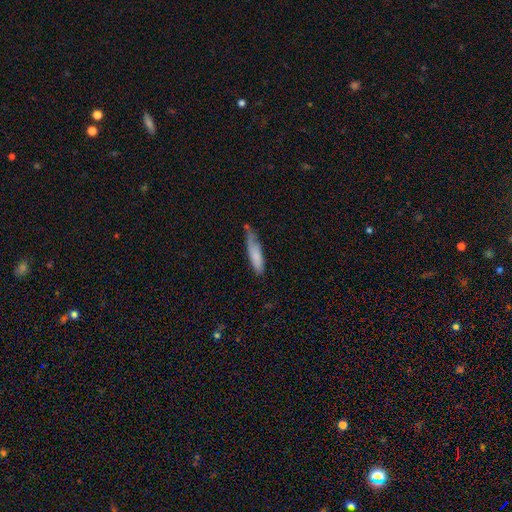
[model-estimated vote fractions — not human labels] This is likely a smooth galaxy (76%). How rounded: likely cigar-shaped (76%). Merging: possibly none (47%).